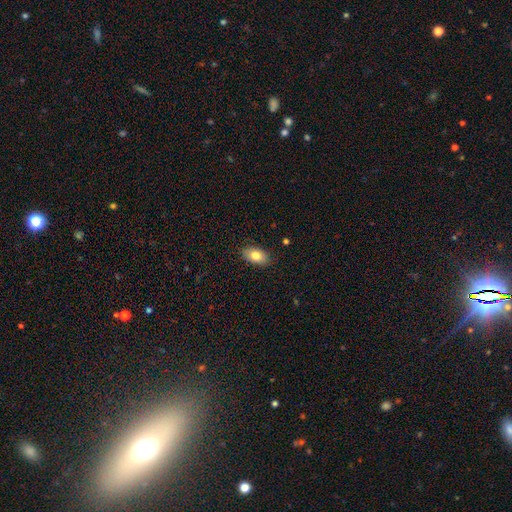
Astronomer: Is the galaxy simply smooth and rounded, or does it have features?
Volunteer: smooth — 75%.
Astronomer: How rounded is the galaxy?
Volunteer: in between — 96%.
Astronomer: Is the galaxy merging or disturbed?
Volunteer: none — 91%.